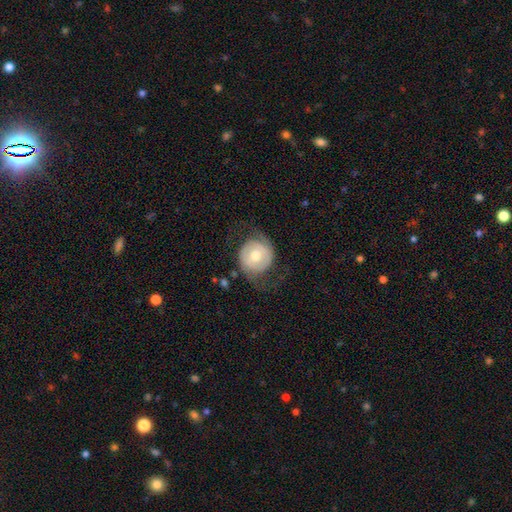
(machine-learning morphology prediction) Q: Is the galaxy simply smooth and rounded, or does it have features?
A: featured or disk — 61%.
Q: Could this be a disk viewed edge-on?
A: no — 97%.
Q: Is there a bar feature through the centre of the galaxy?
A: no — 66%.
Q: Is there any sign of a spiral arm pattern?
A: yes — 74%.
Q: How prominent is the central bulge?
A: moderate — 71%.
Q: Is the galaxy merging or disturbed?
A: none — 62%.